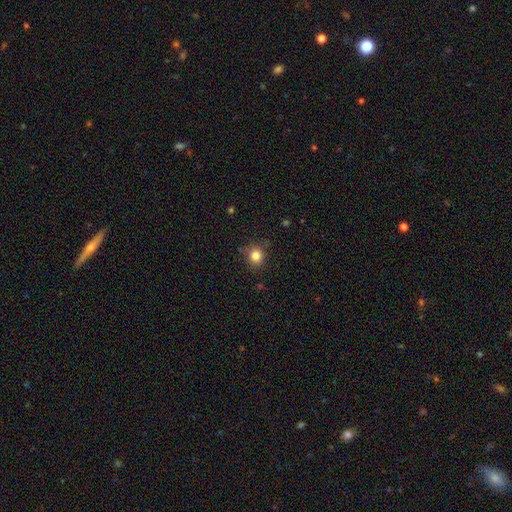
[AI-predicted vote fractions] A smooth galaxy with no disk features (83%) that is round (86%). Merging: none (83%).